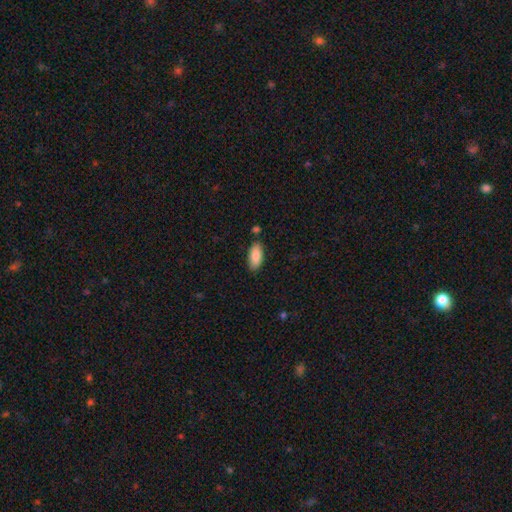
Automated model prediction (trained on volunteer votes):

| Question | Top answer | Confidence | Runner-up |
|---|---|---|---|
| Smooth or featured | smooth | 87% | featured or disk (7%) |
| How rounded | in between | 89% | cigar-shaped (9%) |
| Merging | none | 83% | minor disturbance (11%) |